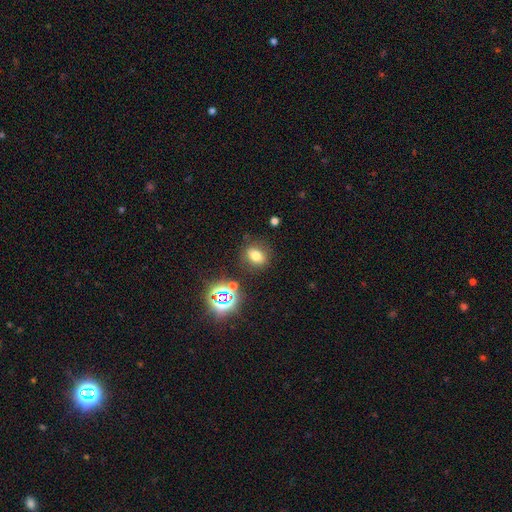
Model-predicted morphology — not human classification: The model was most divided on "how rounded": in between: 61%, round: 37%, cigar-shaped: 2%. More confident: merging — none (80%); smooth or featured — smooth (66%).